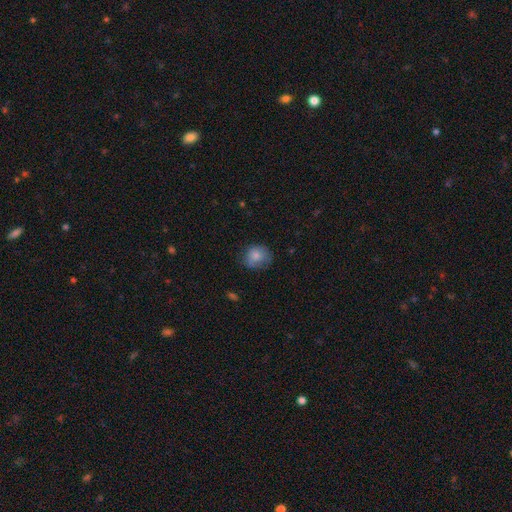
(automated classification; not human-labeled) Smooth or featured?
  - smooth: 80% *
  - featured or disk: 12%
  - star or artifact: 8%
How rounded?
  - round: 69% *
  - in between: 30%
  - cigar-shaped: 1%
Merging?
  - none: 63% *
  - minor disturbance: 27%
  - major disturbance: 9%
  - merger: 1%